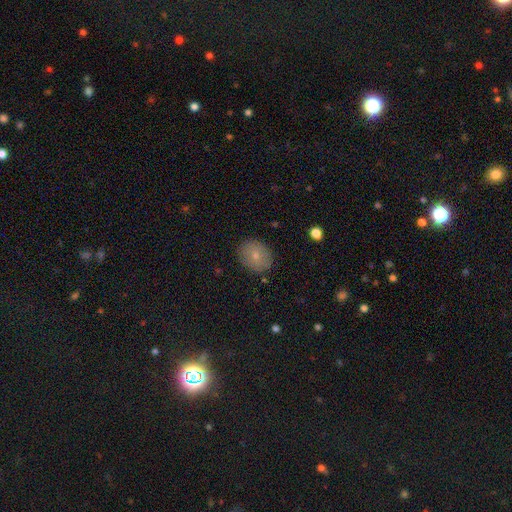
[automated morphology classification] Smooth or featured? Predicted: smooth (p=0.74). How rounded? Predicted: round (p=0.61). Merging? Predicted: none (p=0.86).